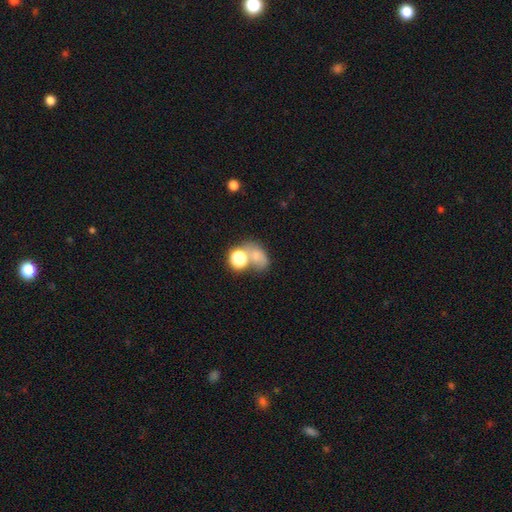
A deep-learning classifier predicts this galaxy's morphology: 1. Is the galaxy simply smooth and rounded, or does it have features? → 66% smooth, 19% star or artifact, 14% featured or disk.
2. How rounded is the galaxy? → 61% in between, 38% round, 2% cigar-shaped.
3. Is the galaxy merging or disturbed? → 38% merger, 35% none, 14% minor disturbance, 12% major disturbance.